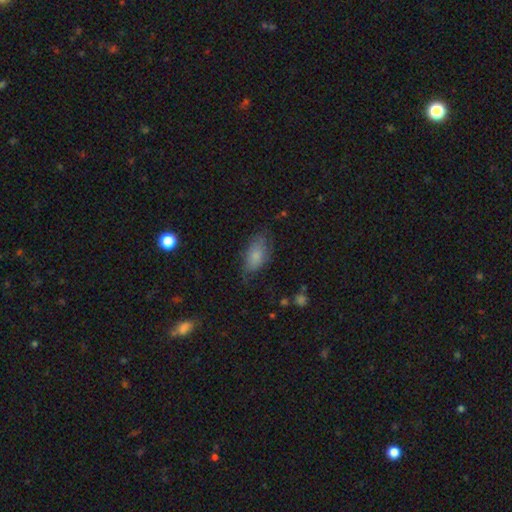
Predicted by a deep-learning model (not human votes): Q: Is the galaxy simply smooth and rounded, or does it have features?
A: smooth — 78%.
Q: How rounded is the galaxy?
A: in between — 91%.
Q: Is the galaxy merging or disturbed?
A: none — 55%.